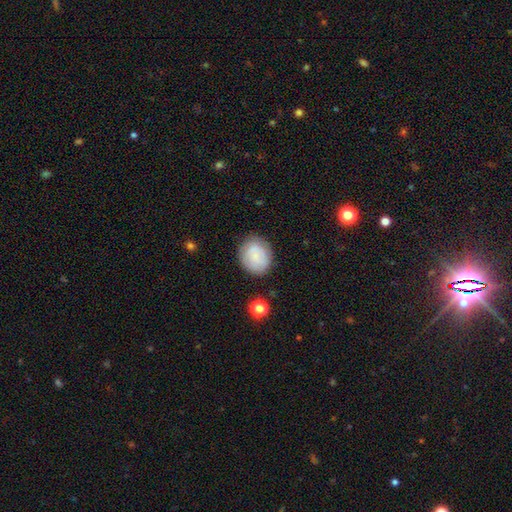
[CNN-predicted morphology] A smooth galaxy with no disk features (76%) that is round (63%). Merging: none (80%).